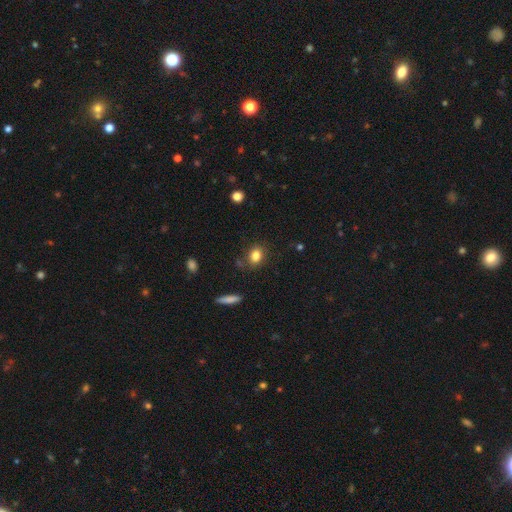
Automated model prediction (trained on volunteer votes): Morphology: type=smooth (83%); roundness=in between (57%); merging=none (81%).